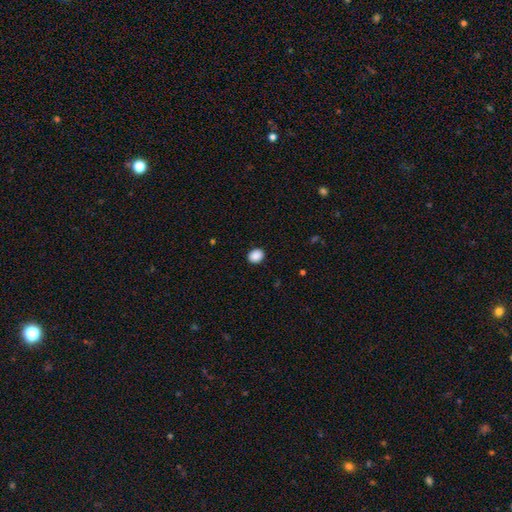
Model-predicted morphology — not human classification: The model was most divided on "how rounded": round: 58%, in between: 41%, cigar-shaped: 1%. More confident: merging — none (91%); smooth or featured — smooth (89%).